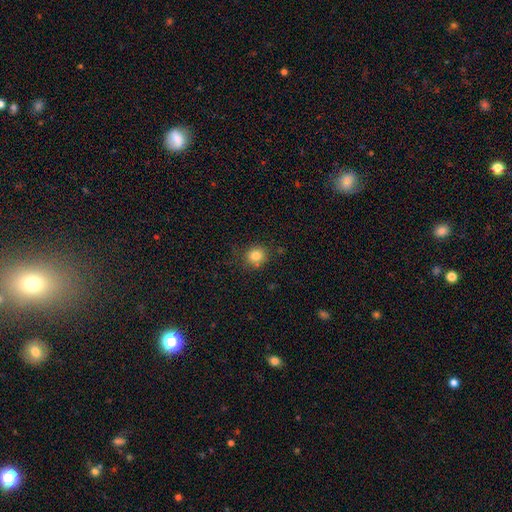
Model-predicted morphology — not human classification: This appears to be a smooth galaxy with no disk features (82%) that is round (84%). Merging: none (78%).